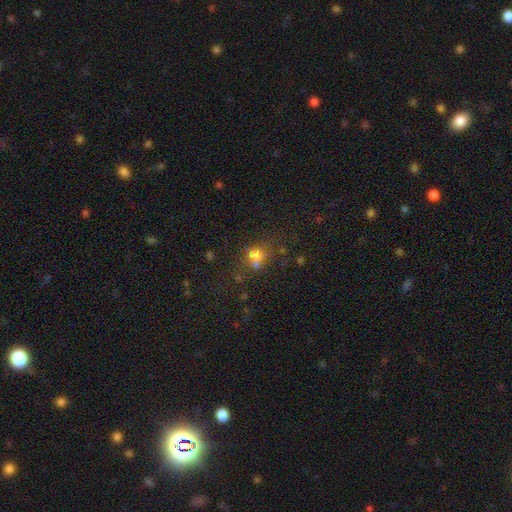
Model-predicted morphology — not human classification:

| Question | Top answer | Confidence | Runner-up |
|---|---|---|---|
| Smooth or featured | smooth | 60% | star or artifact (22%) |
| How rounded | round | 59% | in between (39%) |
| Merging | none | 39% | merger (34%) |